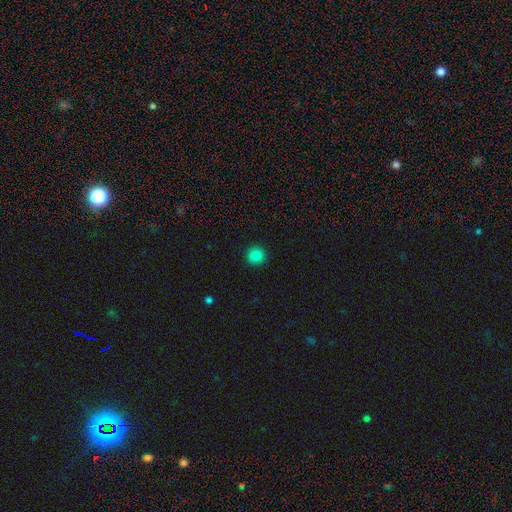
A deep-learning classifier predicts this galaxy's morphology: A smooth galaxy with no disk features (84%) that is round (95%).

Vote fractions:
- Smooth or featured? smooth: 84% / star or artifact: 12% / featured or disk: 4%
- How rounded? round: 95% / in between: 4% / cigar-shaped: 1%
- Merging? none: 93% / minor disturbance: 4% / major disturbance: 2% / merger: 1%